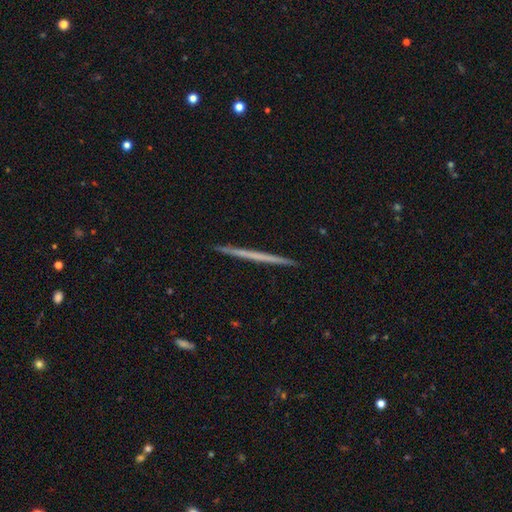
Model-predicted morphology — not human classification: Smooth or featured? Predicted: featured or disk (p=0.54). Edge-on disk? Predicted: yes (p=0.98). Edge-on bulge? Predicted: none (p=0.93). Merging? Predicted: none (p=0.93).